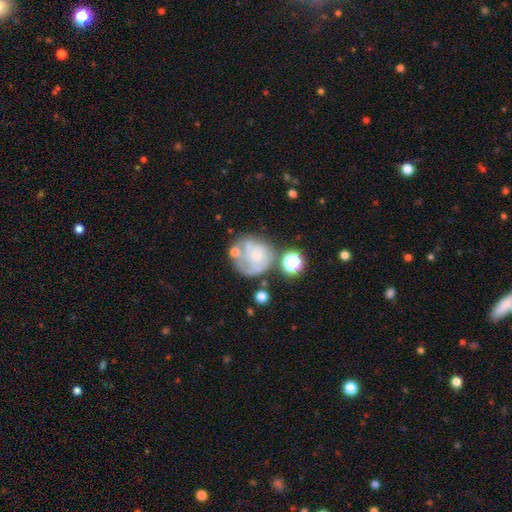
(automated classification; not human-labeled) The model was most divided on "merging": none: 44%, minor disturbance: 21%, major disturbance: 20%, merger: 15%. More confident: edge-on disk — no (98%); bar — no (82%); spiral arms — yes (64%); bulge size — small (64%); smooth or featured — featured or disk (58%).